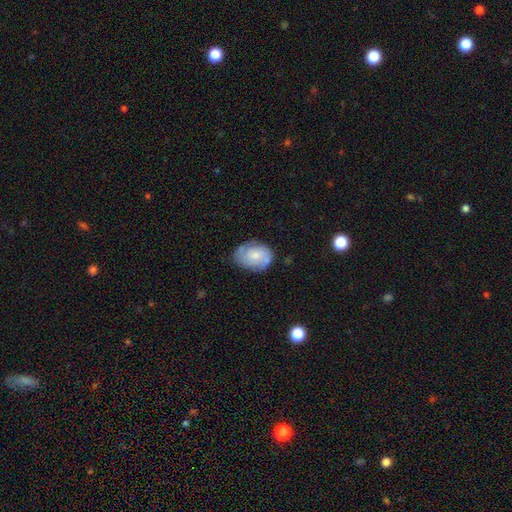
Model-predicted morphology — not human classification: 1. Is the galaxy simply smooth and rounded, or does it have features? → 50% featured or disk, 43% smooth, 7% star or artifact.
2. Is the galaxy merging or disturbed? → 66% none, 24% minor disturbance, 7% major disturbance, 3% merger.